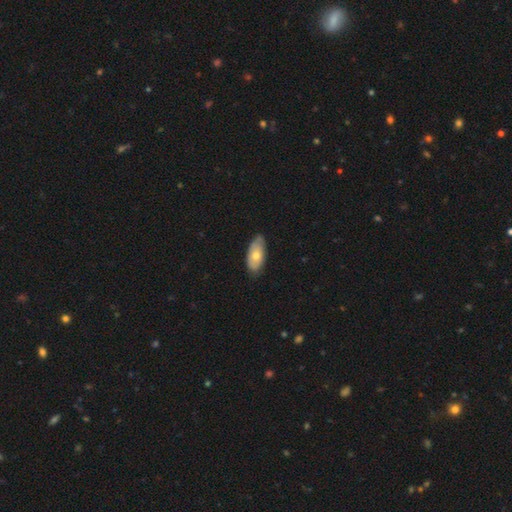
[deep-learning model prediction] Smooth or featured?
  - smooth: 64% *
  - featured or disk: 30%
  - star or artifact: 6%
How rounded?
  - in between: 90% *
  - cigar-shaped: 7%
  - round: 3%
Merging?
  - none: 75% *
  - minor disturbance: 21%
  - major disturbance: 3%
  - merger: 1%